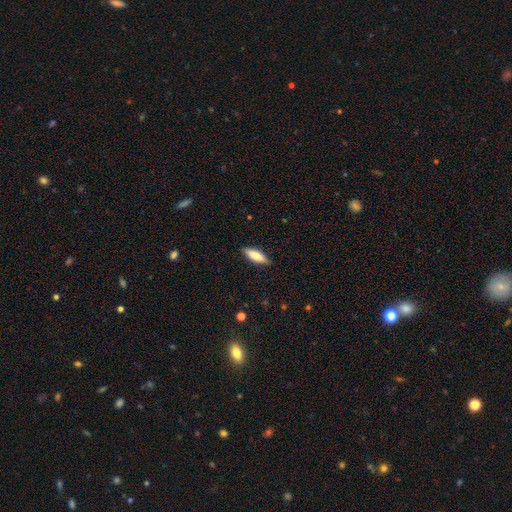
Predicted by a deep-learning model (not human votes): Q: Smooth or featured?
A: smooth (77%); runner-up: featured or disk (17%)
Q: How rounded?
A: in between (50%); runner-up: cigar-shaped (48%)
Q: Merging?
A: none (87%); runner-up: minor disturbance (10%)